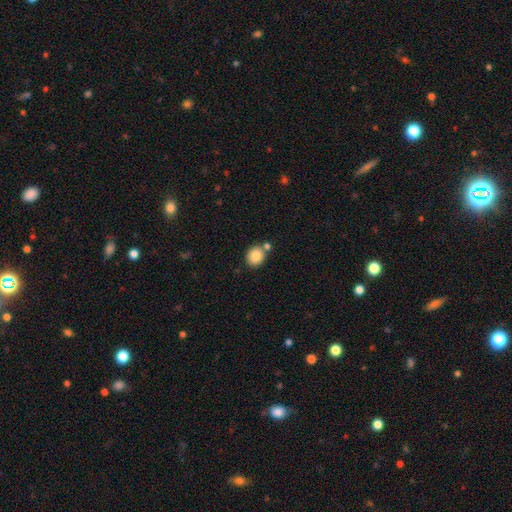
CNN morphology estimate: This appears to be a smooth galaxy with no disk features (85%) that is round (71%). Merging: none (70%).